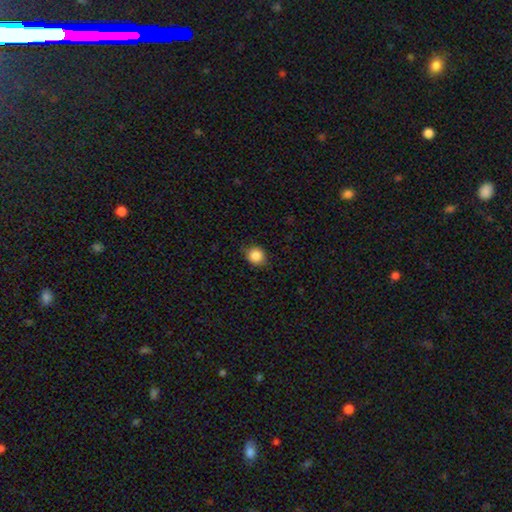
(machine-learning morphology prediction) This appears to be a smooth galaxy with no disk features (87%) that is round (81%). Merging: none (81%).